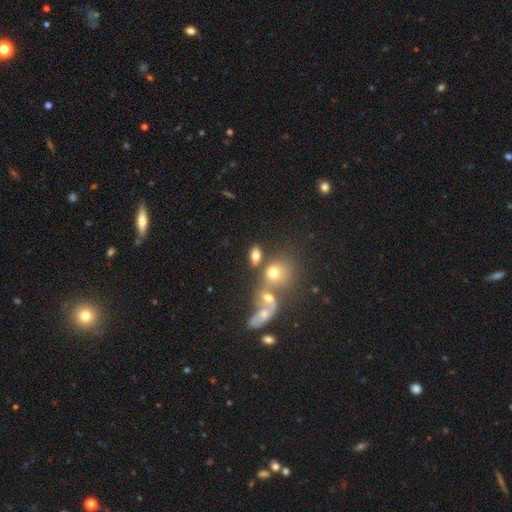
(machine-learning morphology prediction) smooth-or-featured: smooth: 69% | featured or disk: 20% | star or artifact: 12%
  how-rounded: in between: 81% | round: 14% | cigar-shaped: 5%
  merging: none: 52% | merger: 28% | minor disturbance: 13% | major disturbance: 7%